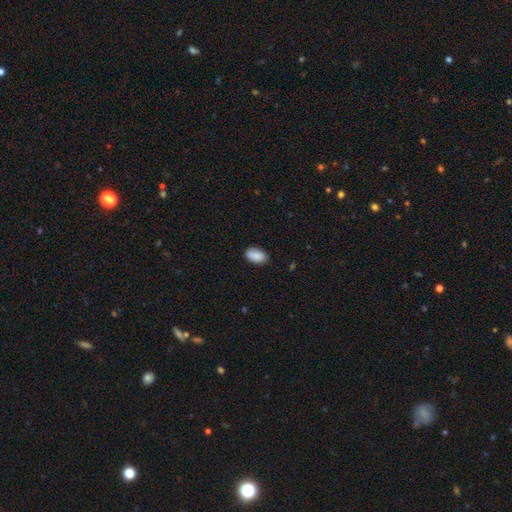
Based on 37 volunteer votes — Morphology: type=smooth (100%); roundness=in between (97%); merging=none (86%).